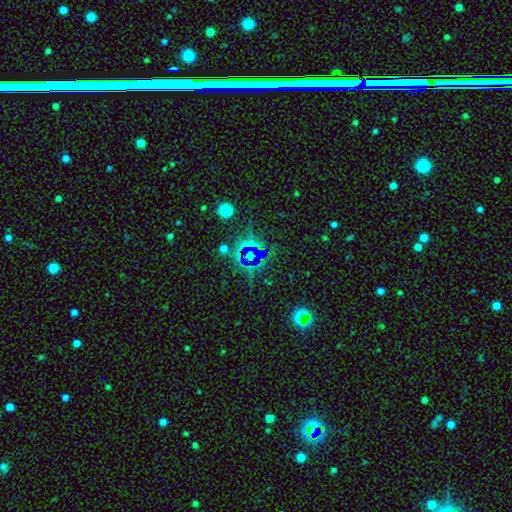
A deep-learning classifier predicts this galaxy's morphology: A star or artifact, not a galaxy (77%).

Vote fractions:
- Smooth or featured? star or artifact: 77% / smooth: 13% / featured or disk: 10%